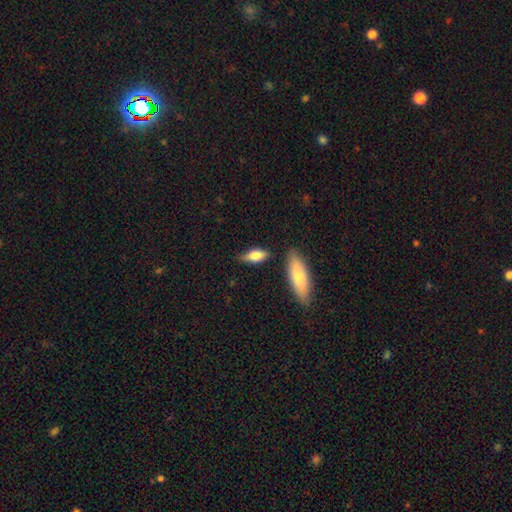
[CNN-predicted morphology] The model was most divided on "how rounded": in between: 70%, cigar-shaped: 26%, round: 3%. More confident: smooth or featured — smooth (74%); merging — none (71%).